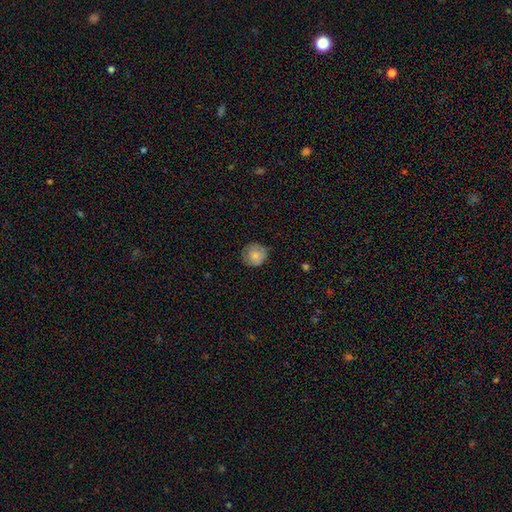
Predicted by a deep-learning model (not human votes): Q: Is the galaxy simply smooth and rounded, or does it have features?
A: smooth — 74%.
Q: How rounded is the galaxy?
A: round — 90%.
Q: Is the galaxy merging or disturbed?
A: none — 75%.